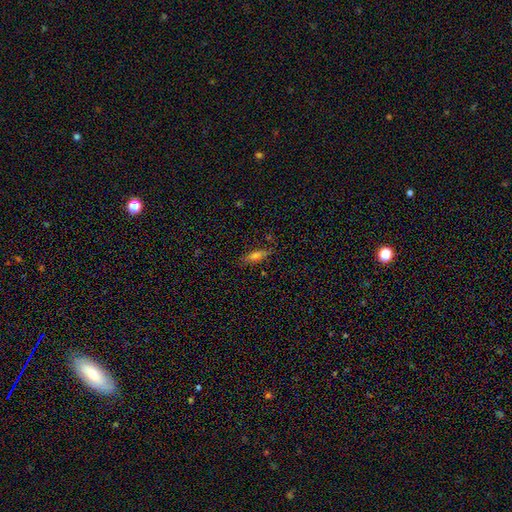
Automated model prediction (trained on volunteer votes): A smooth galaxy with no disk features (67%) that is in between round and cigar-shaped (62%).

Vote fractions:
- Smooth or featured? smooth: 67% / featured or disk: 19% / star or artifact: 14%
- How rounded? in between: 62% / cigar-shaped: 34% / round: 4%
- Merging? none: 77% / minor disturbance: 16% / major disturbance: 4% / merger: 3%